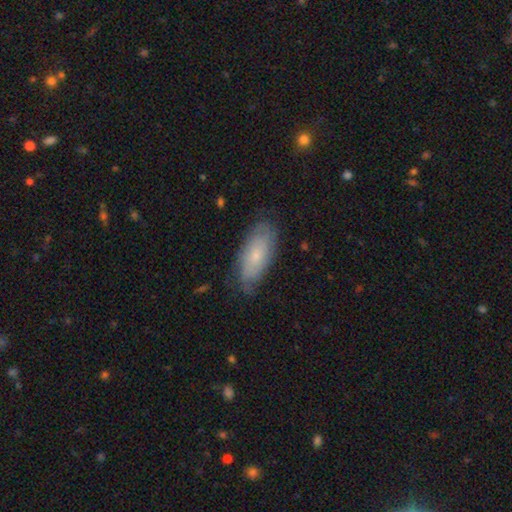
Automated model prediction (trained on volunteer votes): Morphology: type=smooth (57%); roundness=in between (85%); merging=none (72%).